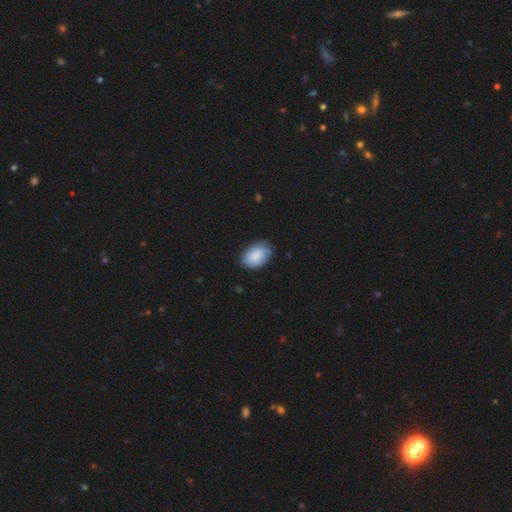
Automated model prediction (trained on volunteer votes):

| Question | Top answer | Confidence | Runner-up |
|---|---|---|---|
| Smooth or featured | smooth | 84% | featured or disk (10%) |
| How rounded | in between | 88% | round (11%) |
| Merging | none | 73% | minor disturbance (22%) |